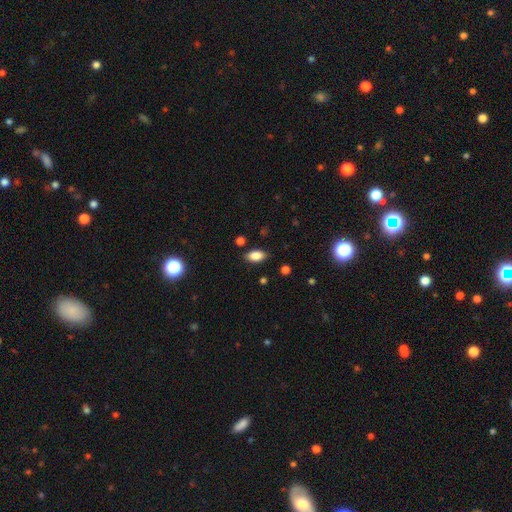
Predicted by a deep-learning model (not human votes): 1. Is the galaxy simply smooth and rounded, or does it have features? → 82% smooth, 10% featured or disk, 8% star or artifact.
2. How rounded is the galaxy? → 90% in between, 6% cigar-shaped, 4% round.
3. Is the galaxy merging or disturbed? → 85% none, 11% minor disturbance, 2% major disturbance, 2% merger.